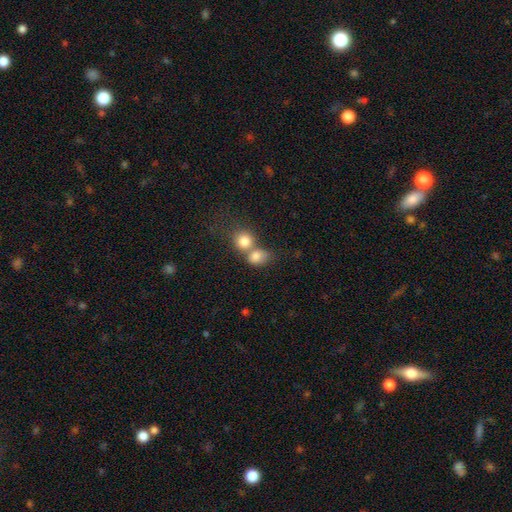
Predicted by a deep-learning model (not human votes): Smooth or featured? smooth (79%)
How rounded? round (57%)
Merging? merger (60%)